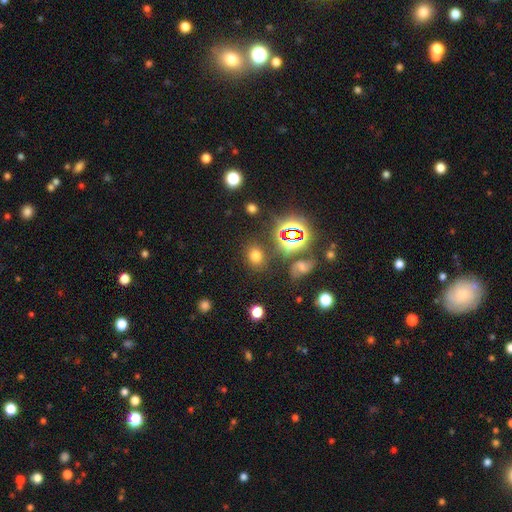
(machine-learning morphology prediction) Smooth or featured?
  - smooth: 65% *
  - star or artifact: 27%
  - featured or disk: 9%
How rounded?
  - round: 56% *
  - in between: 42%
  - cigar-shaped: 1%
Merging?
  - none: 81% *
  - minor disturbance: 10%
  - major disturbance: 5%
  - merger: 4%